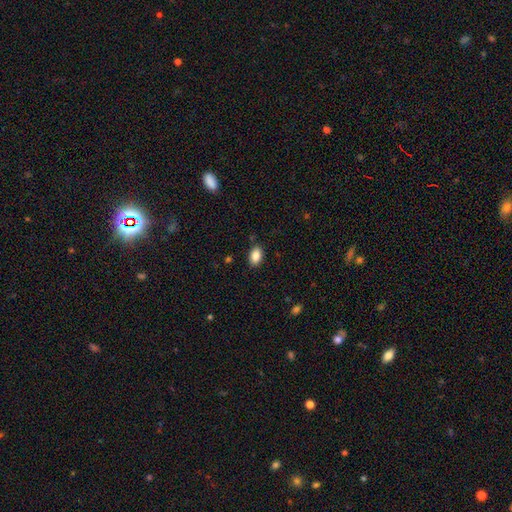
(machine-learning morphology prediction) Q: Smooth or featured?
A: smooth (87%); runner-up: star or artifact (8%)
Q: How rounded?
A: in between (87%); runner-up: round (12%)
Q: Merging?
A: none (86%); runner-up: minor disturbance (10%)